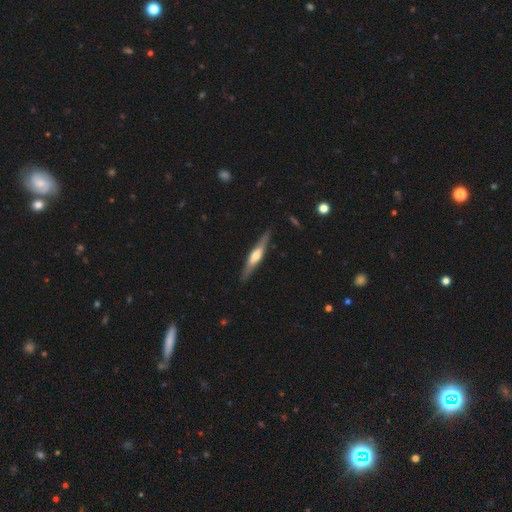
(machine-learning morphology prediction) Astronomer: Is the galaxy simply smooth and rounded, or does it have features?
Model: featured or disk — 63%.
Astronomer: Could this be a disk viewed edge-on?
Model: yes — 95%.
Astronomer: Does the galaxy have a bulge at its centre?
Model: rounded — 80%.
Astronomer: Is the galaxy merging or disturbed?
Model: none — 88%.